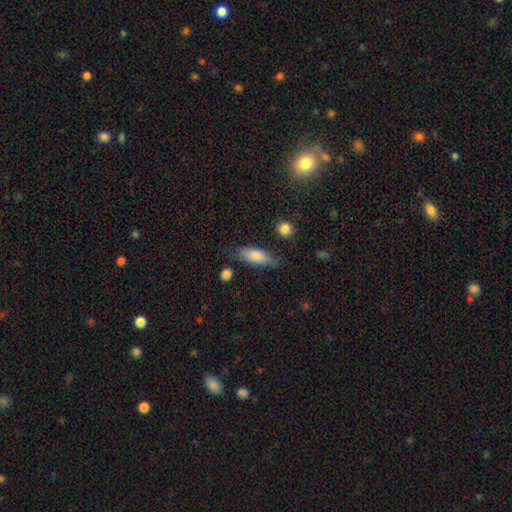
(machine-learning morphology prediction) Smooth or featured? smooth (80%)
How rounded? in between (67%)
Merging? none (74%)